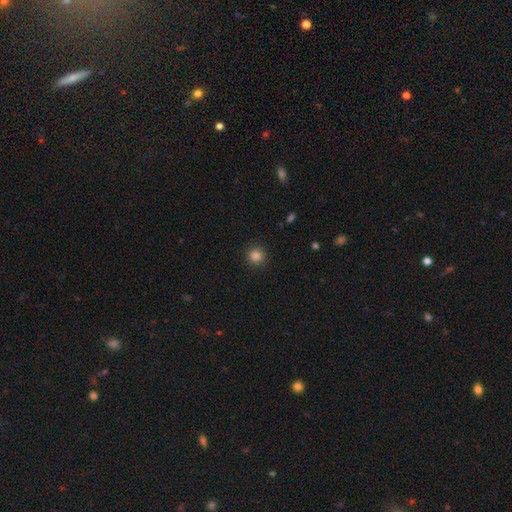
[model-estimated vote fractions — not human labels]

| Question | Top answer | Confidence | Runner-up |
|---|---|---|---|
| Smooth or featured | smooth | 85% | star or artifact (12%) |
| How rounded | round | 94% | in between (5%) |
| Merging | none | 91% | minor disturbance (6%) |